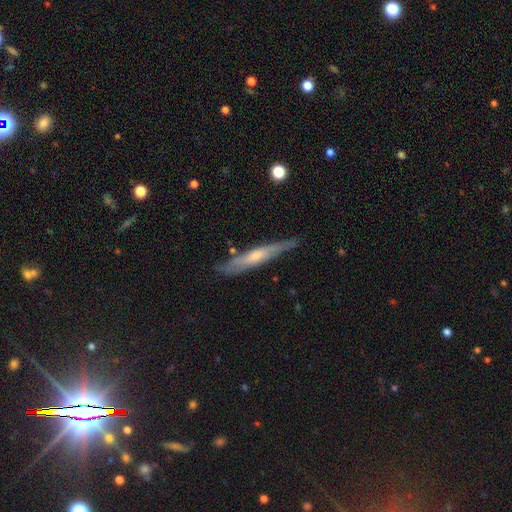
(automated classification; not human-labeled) Q: Smooth or featured?
A: featured or disk (62%); runner-up: smooth (32%)
Q: Edge-on disk?
A: yes (87%); runner-up: no (13%)
Q: Edge-on bulge?
A: rounded (64%); runner-up: none (28%)
Q: Merging?
A: none (76%); runner-up: minor disturbance (19%)